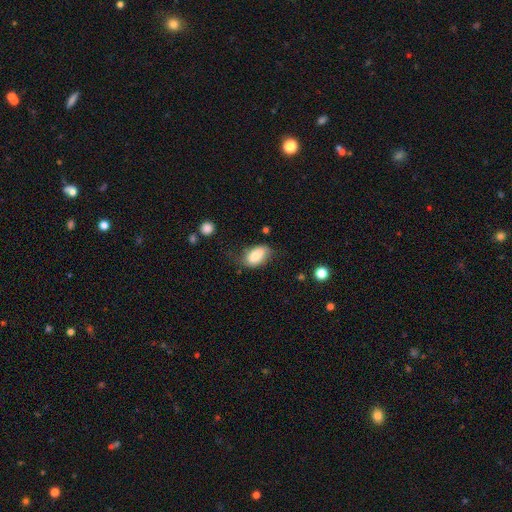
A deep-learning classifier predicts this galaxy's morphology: type=smooth (77%); roundness=in between (92%); merging=none (56%).